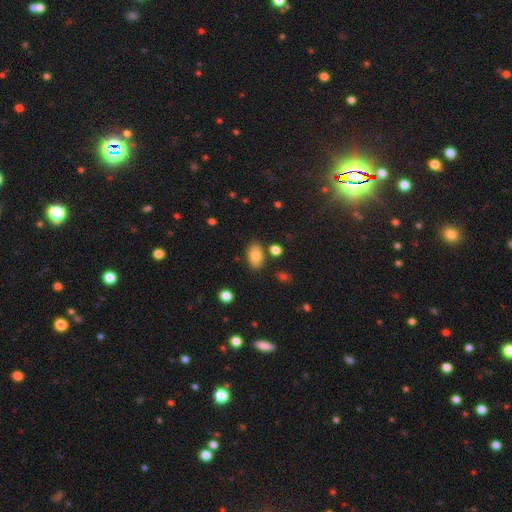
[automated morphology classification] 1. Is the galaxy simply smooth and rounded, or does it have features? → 80% smooth, 11% featured or disk, 9% star or artifact.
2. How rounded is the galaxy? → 90% in between, 8% round, 1% cigar-shaped.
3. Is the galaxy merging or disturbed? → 80% none, 12% minor disturbance, 5% merger, 3% major disturbance.